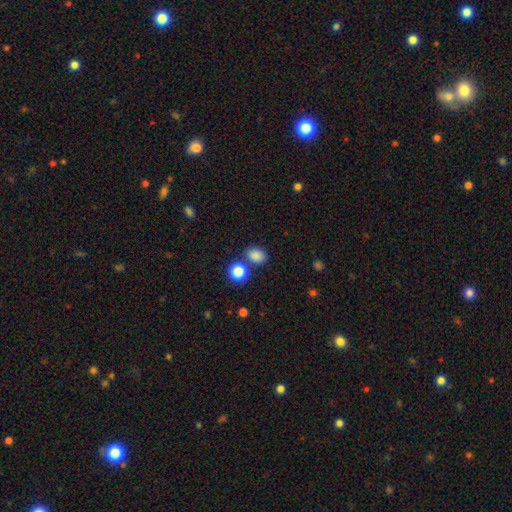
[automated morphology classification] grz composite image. It shows a smooth galaxy with no disk features (83%) that is in between round and cigar-shaped (63%). Merging: none (70%).